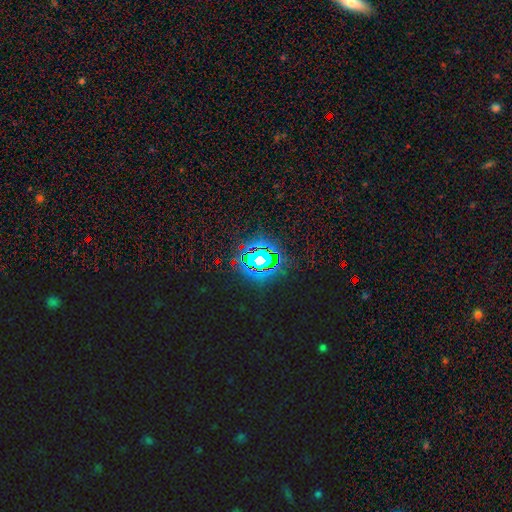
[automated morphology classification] smooth-or-featured: star or artifact: 77% | smooth: 13% | featured or disk: 10%